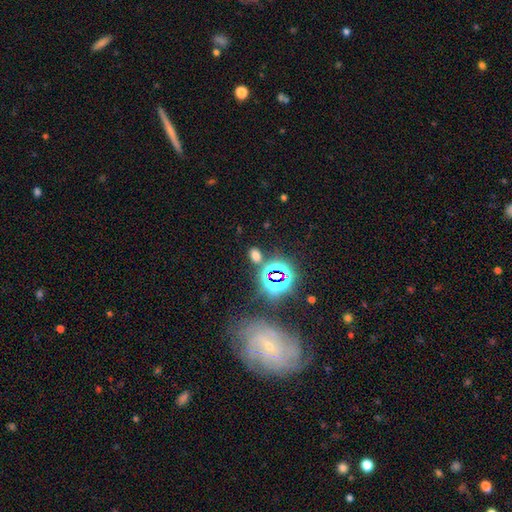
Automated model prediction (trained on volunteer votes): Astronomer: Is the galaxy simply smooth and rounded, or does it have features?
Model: smooth — 54% (runner-up: star or artifact, 39%).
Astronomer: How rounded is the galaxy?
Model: in between — 80%.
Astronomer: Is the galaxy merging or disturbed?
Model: none — 79%.